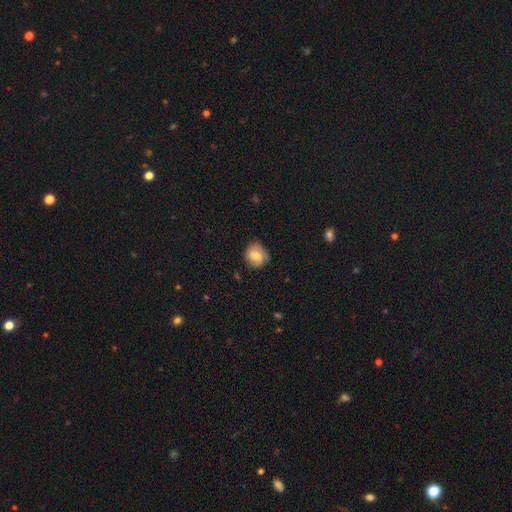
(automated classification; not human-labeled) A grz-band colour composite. It shows a smooth galaxy with no disk features (66%) that is round (74%). Merging: none (68%).